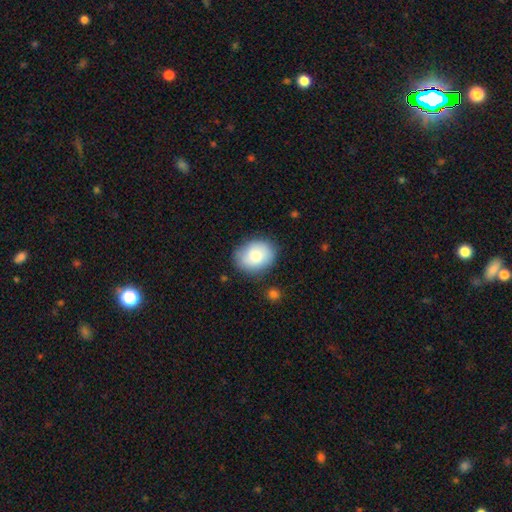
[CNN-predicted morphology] Smooth or featured? smooth (80%)
How rounded? in between (59%)
Merging? none (80%)